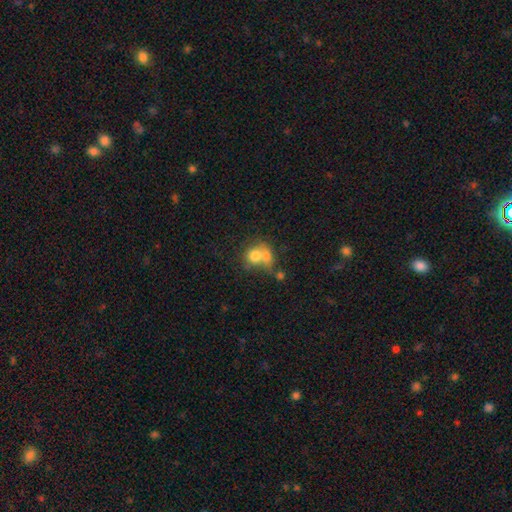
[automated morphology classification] A smooth galaxy with no disk features (72%) that is round (66%). Merging: merger (58%).